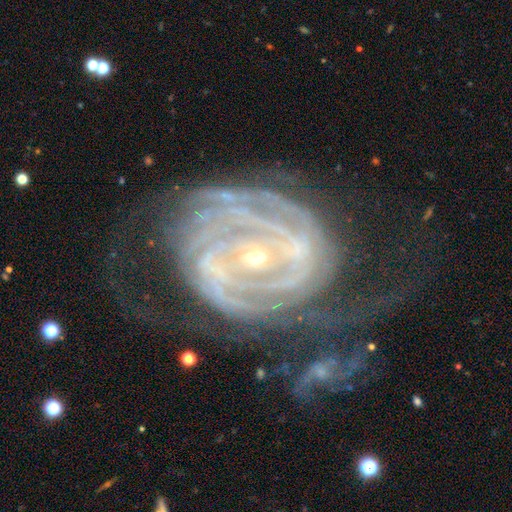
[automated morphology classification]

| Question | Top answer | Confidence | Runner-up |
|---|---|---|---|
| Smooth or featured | featured or disk | 90% | star or artifact (6%) |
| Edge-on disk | no | 97% | yes (3%) |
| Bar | no | 41% | weak (32%) |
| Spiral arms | yes | 96% | no (4%) |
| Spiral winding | tight | 73% | medium (21%) |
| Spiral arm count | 2 | 30% | can't tell (28%) |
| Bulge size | small | 75% | moderate (21%) |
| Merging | none | 44% | major disturbance (30%) |